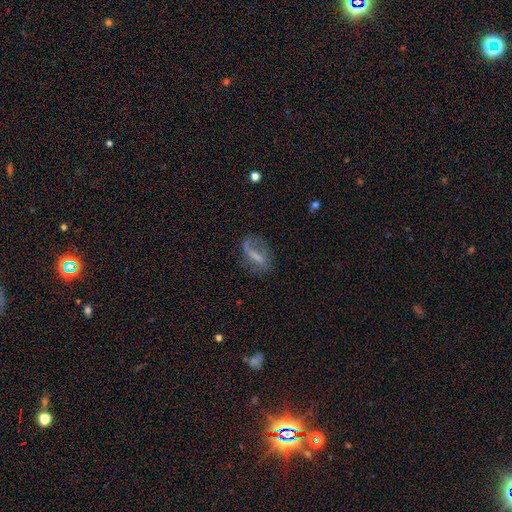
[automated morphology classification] A featured or disk galaxy (56%).

Vote fractions:
- Smooth or featured? featured or disk: 56% / smooth: 33% / star or artifact: 11%
- Edge-on disk? no: 88% / yes: 12%
- Merging? none: 55% / minor disturbance: 22% / major disturbance: 20% / merger: 3%